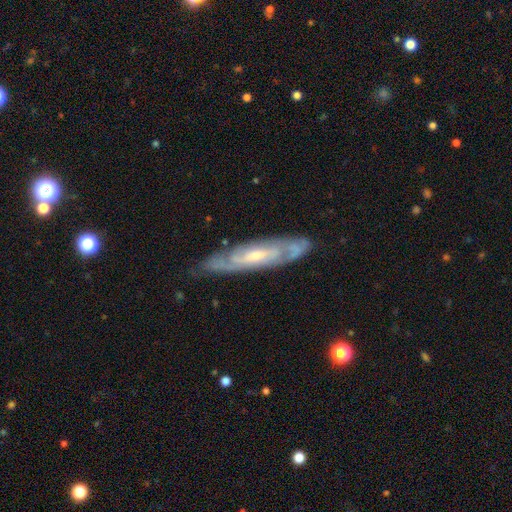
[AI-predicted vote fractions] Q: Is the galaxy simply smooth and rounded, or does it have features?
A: featured or disk — 81%.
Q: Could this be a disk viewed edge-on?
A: no — 68%.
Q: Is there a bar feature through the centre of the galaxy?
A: no — 48%.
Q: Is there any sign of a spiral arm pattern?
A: yes — 91%.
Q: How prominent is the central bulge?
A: small — 58%.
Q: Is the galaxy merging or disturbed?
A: none — 76%.